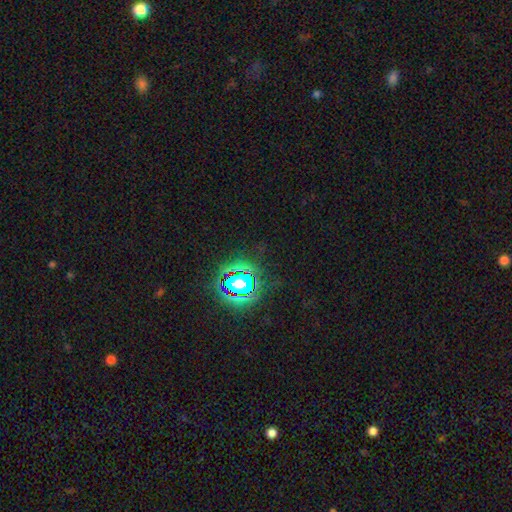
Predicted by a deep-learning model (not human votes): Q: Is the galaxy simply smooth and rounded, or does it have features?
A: star or artifact — 80%.